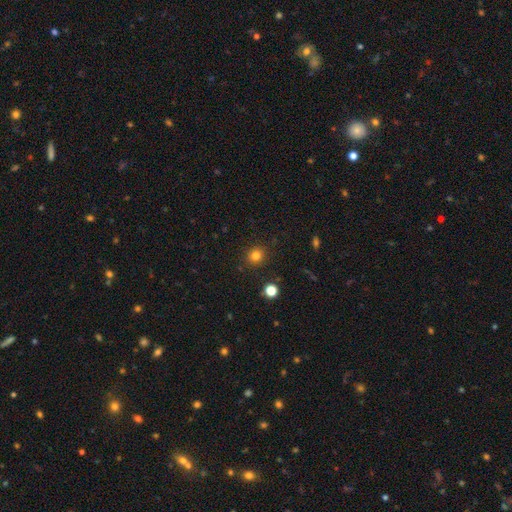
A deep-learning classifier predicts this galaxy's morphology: A smooth galaxy with no disk features (81%) that is round (84%). Merging: none (89%).